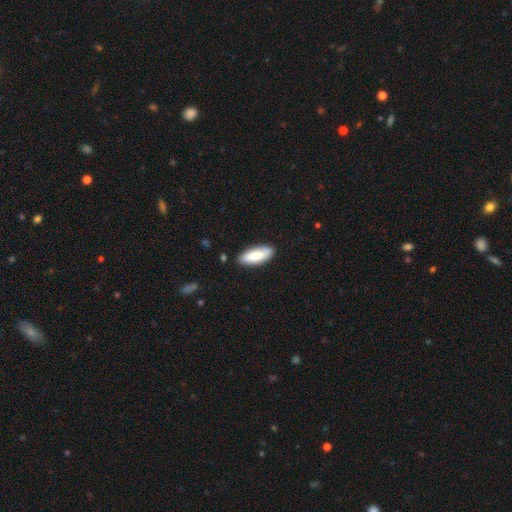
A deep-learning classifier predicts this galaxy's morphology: This is clearly a smooth galaxy (81%). How rounded: likely in between (69%). Merging: clearly none (86%).